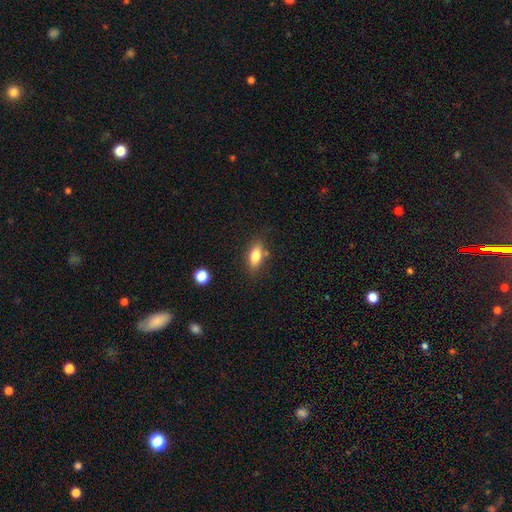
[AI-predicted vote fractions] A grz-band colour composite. It shows a smooth galaxy with no disk features (79%) that is in between round and cigar-shaped (82%). Merging: none (78%).